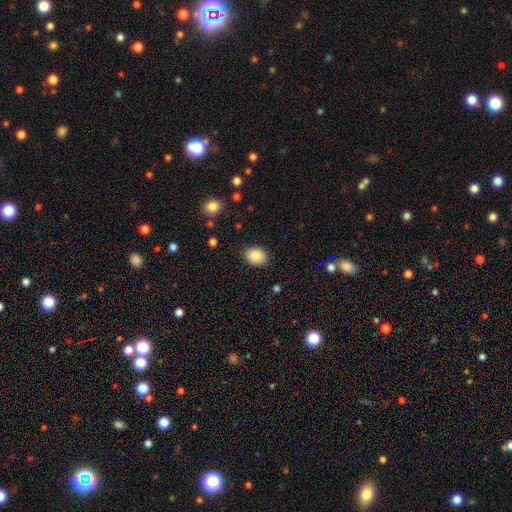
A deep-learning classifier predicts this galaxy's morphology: The model was most divided on "how rounded": round: 56%, in between: 44%, cigar-shaped: 1%. More confident: merging — none (86%); smooth or featured — smooth (85%).